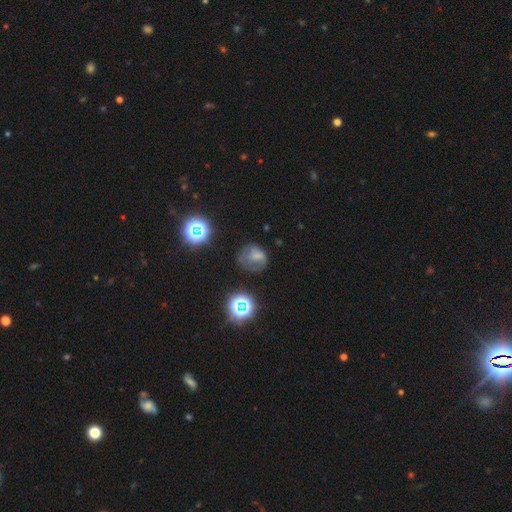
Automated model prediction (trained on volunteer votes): Smooth or featured?
  - smooth: 53% *
  - featured or disk: 26%
  - star or artifact: 21%
How rounded?
  - round: 68% *
  - in between: 31%
  - cigar-shaped: 1%
Merging?
  - none: 45% *
  - minor disturbance: 27%
  - major disturbance: 25%
  - merger: 3%